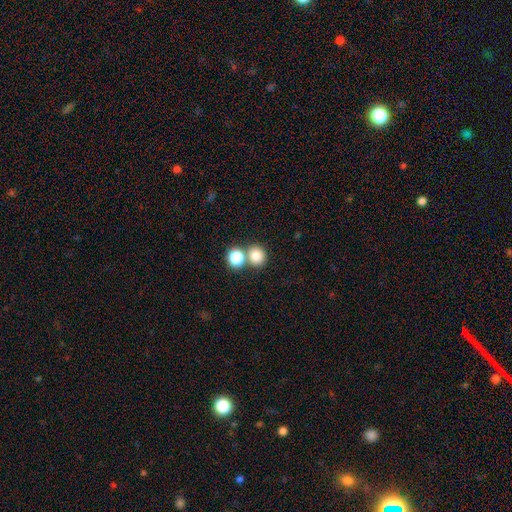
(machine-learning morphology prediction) A smooth galaxy with no disk features (80%) that is round (89%).

Vote fractions:
- Smooth or featured? smooth: 80% / star or artifact: 13% / featured or disk: 7%
- How rounded? round: 89% / in between: 10% / cigar-shaped: 1%
- Merging? none: 59% / merger: 32% / minor disturbance: 6% / major disturbance: 3%